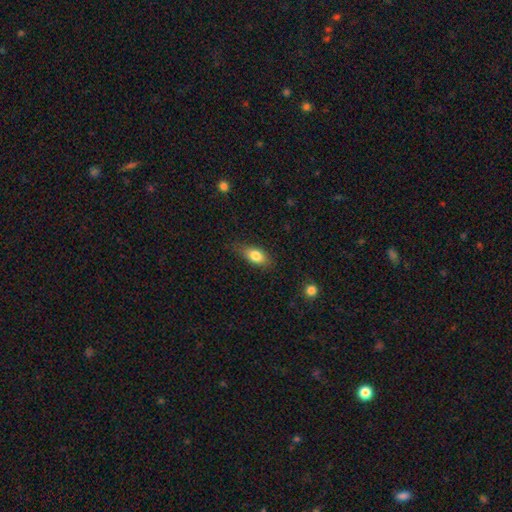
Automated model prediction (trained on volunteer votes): Overall: smooth (80%). How rounded: in between (82%). Merging: none (74%).